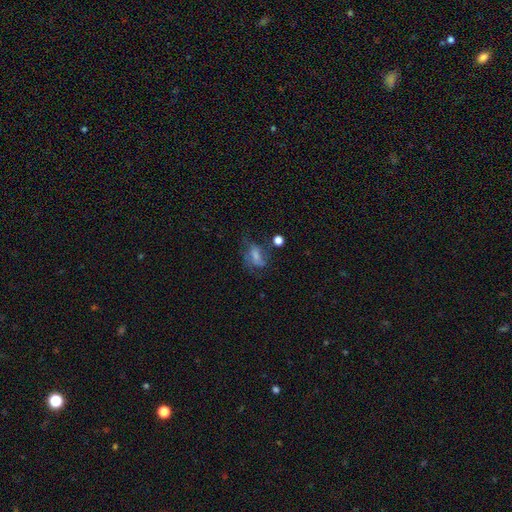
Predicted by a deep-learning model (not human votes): Smooth or featured? Predicted: smooth (p=0.52). How rounded? Predicted: in between (p=0.75). Merging? Predicted: none (p=0.37).